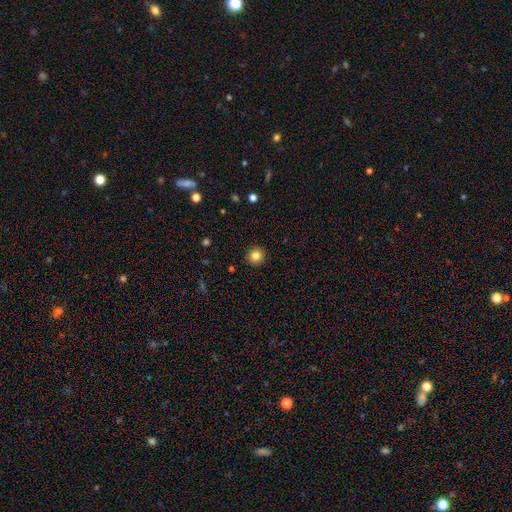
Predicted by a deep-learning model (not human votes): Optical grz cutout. It shows a smooth galaxy with no disk features (82%) that is round (94%). Merging: none (93%).